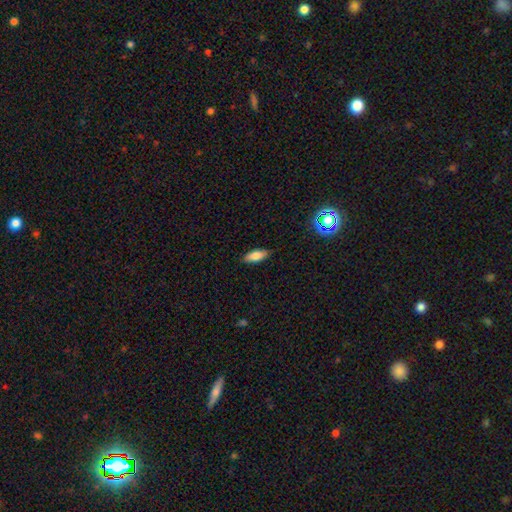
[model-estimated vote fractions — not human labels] The model was most divided on "how rounded": in between: 76%, cigar-shaped: 21%, round: 2%. More confident: merging — none (87%); smooth or featured — smooth (79%).